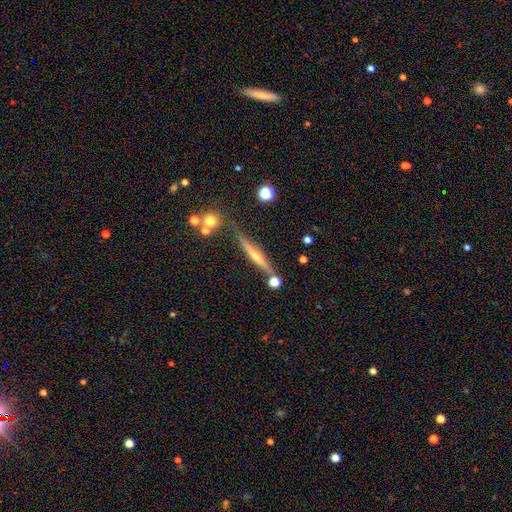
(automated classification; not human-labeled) smooth-or-featured: featured or disk: 70% | smooth: 21% | star or artifact: 9%
  disk-edge-on: yes: 96% | no: 4%
    edge-on-bulge: rounded: 82% | none: 13% | boxy: 5%
  merging: none: 80% | minor disturbance: 10% | merger: 7% | major disturbance: 3%